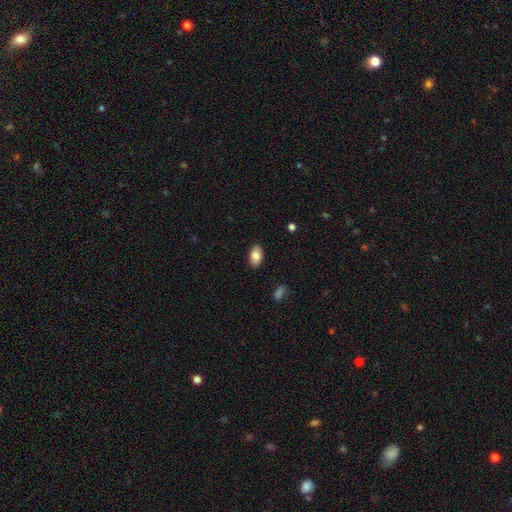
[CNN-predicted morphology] Smooth or featured: smooth — 84% (featured or disk — 9%)
How rounded: in between — 93% (round — 5%)
Merging: none — 88% (minor disturbance — 9%)